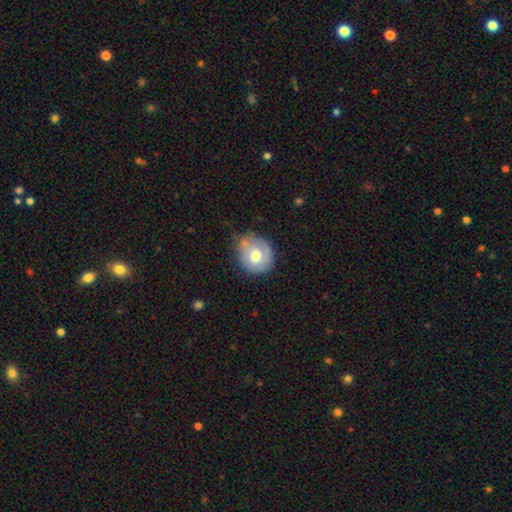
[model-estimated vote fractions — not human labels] Q: Smooth or featured?
A: smooth (51%); runner-up: featured or disk (43%)
Q: How rounded?
A: round (74%); runner-up: in between (25%)
Q: Merging?
A: none (56%); runner-up: minor disturbance (31%)